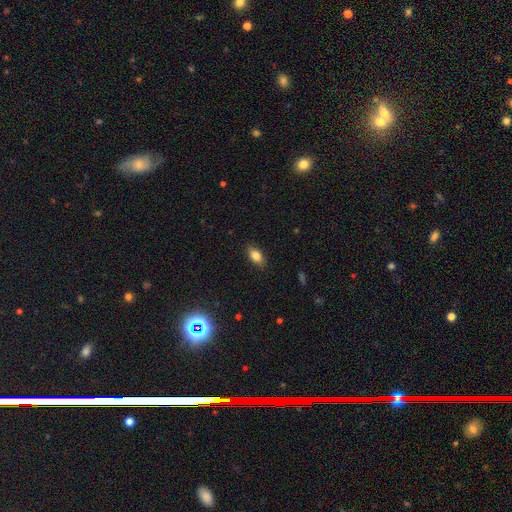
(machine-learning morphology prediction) Overall: smooth (81%). How rounded: in between (86%). Merging: none (86%).